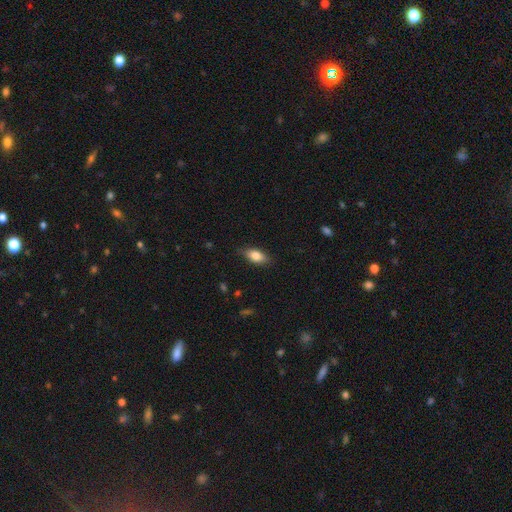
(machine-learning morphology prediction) The model was most divided on "merging": none: 81%, minor disturbance: 15%, major disturbance: 3%, merger: 1%. More confident: how rounded — in between (86%); smooth or featured — smooth (81%).